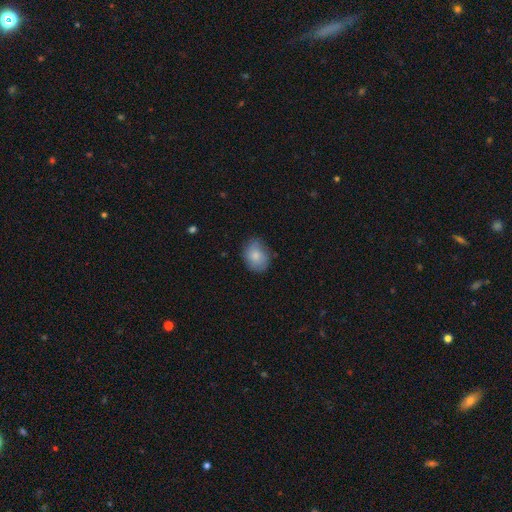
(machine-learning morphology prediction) A smooth galaxy with no disk features (79%) that is in between round and cigar-shaped (61%). Merging: none (74%).